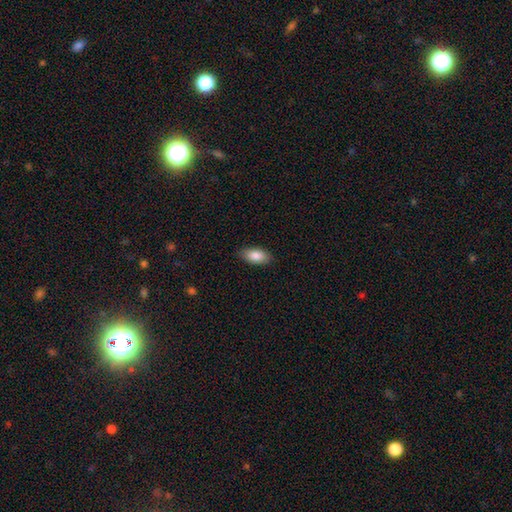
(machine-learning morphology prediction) Q: Smooth or featured?
A: smooth (87%); runner-up: featured or disk (7%)
Q: How rounded?
A: in between (92%); runner-up: cigar-shaped (6%)
Q: Merging?
A: none (87%); runner-up: minor disturbance (10%)